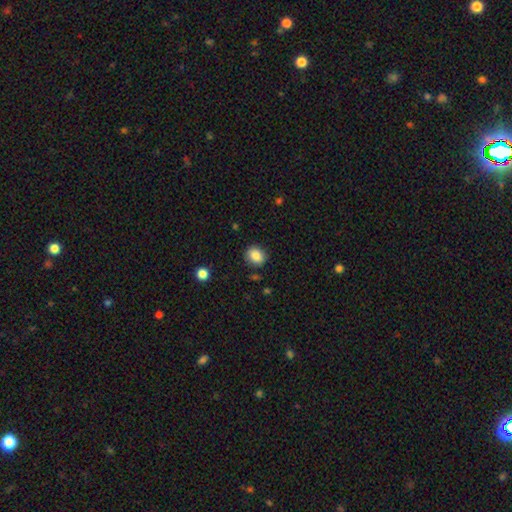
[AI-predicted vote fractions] Overall: smooth (85%). How rounded: round (63%; in between 36%). Merging: none (85%).